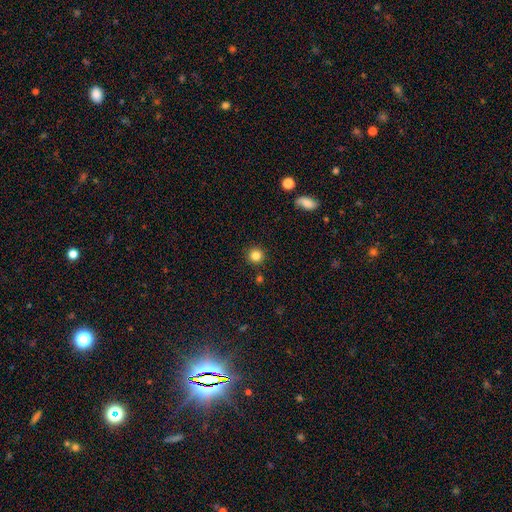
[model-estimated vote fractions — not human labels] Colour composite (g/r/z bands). It shows a smooth galaxy with no disk features (83%) that is round (94%). Merging: none (89%).